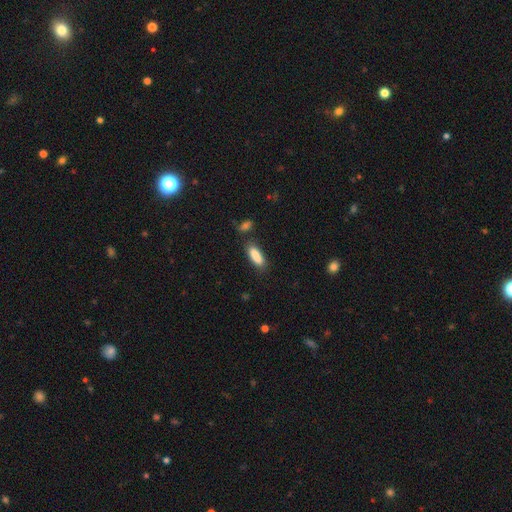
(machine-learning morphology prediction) The model was most divided on "how rounded": in between: 57%, cigar-shaped: 41%, round: 2%. More confident: smooth or featured — smooth (87%); merging — none (77%).